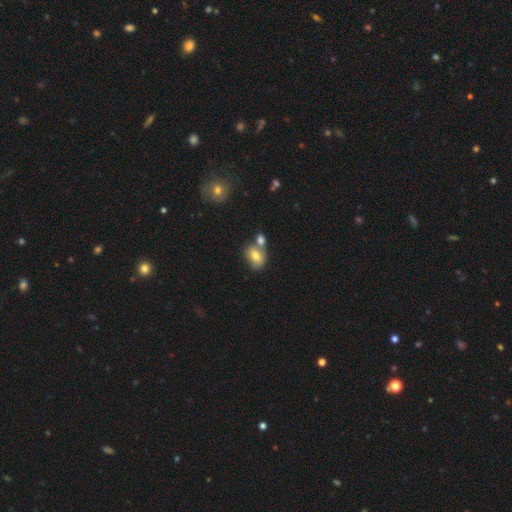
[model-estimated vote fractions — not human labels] smooth 75%, featured or disk 16%, star or artifact 9%. Down the decision tree: how rounded — in between (65%); merging — none (43%).